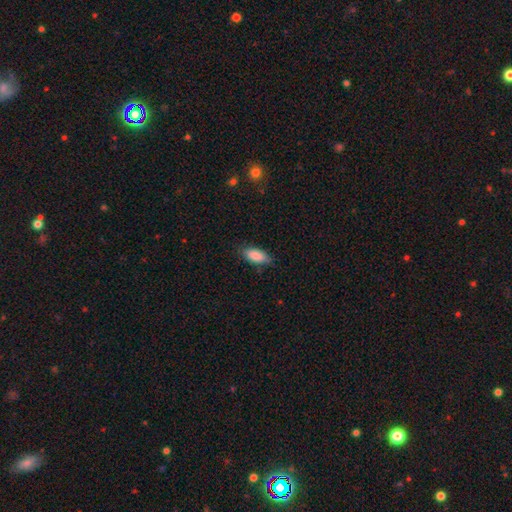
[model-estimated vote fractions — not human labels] smooth_or_featured: smooth (p=0.87) [alt: featured or disk p=0.07]
how_rounded: in between (p=0.87) [alt: cigar-shaped p=0.11]
merging: none (p=0.80) [alt: minor disturbance p=0.15]